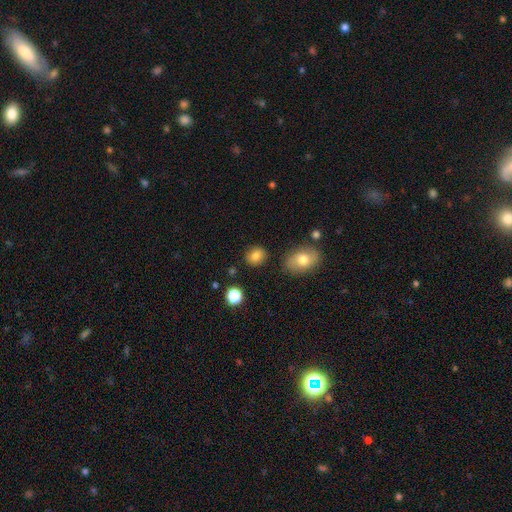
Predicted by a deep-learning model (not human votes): smooth 82%, star or artifact 11%, featured or disk 7%. Down the decision tree: how rounded — round (70%); merging — none (86%).